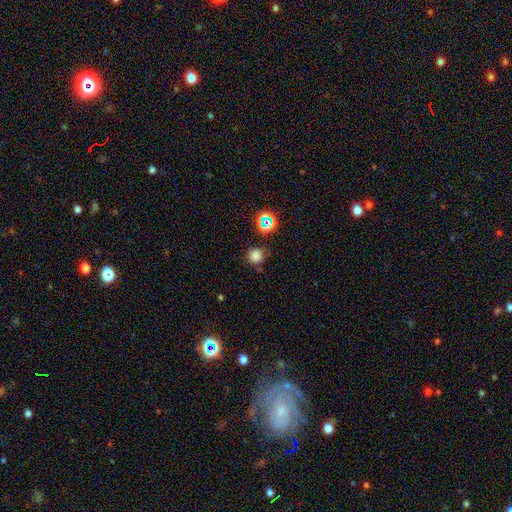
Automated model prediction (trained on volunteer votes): A smooth galaxy with no disk features (76%) that is round (93%).

Vote fractions:
- Smooth or featured? smooth: 76% / star or artifact: 18% / featured or disk: 6%
- How rounded? round: 93% / in between: 6% / cigar-shaped: 1%
- Merging? none: 77% / minor disturbance: 14% / merger: 5% / major disturbance: 5%